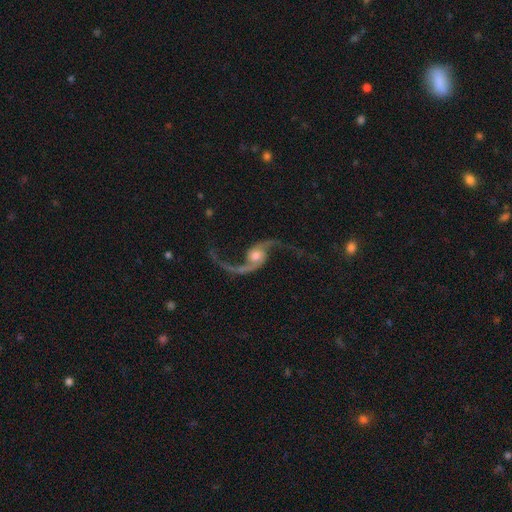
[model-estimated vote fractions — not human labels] smooth-or-featured: featured or disk: 92% | star or artifact: 4% | smooth: 3%
  disk-edge-on: no: 97% | yes: 3%
    bar: no: 68% | weak: 23% | strong: 8%
    has-spiral-arms: yes: 98% | no: 2%
      spiral-winding: loose: 92% | medium: 6% | tight: 2%
      spiral-arm-count: 2: 95% | 1: 2% | can't tell: 1% | 3: 1% | 4: 1% | more than 4: 1%
    bulge-size: moderate: 60% | small: 23% | large: 12% | none: 3% | dominant: 3%
  merging: none: 72% | minor disturbance: 13% | major disturbance: 12% | merger: 3%